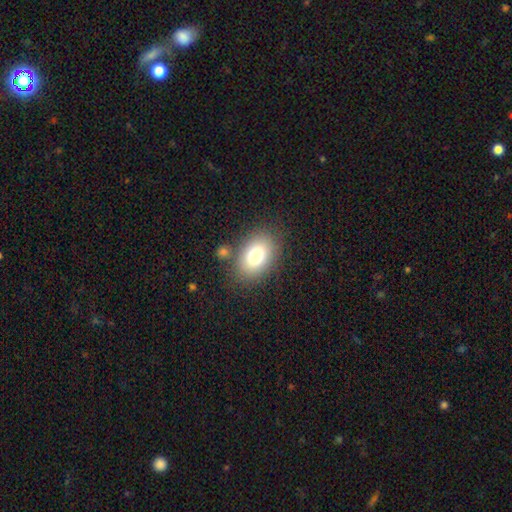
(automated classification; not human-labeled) Smooth or featured?
  - smooth: 78% *
  - featured or disk: 12%
  - star or artifact: 10%
How rounded?
  - in between: 79% *
  - round: 20%
  - cigar-shaped: 1%
Merging?
  - none: 78% *
  - minor disturbance: 12%
  - merger: 6%
  - major disturbance: 4%